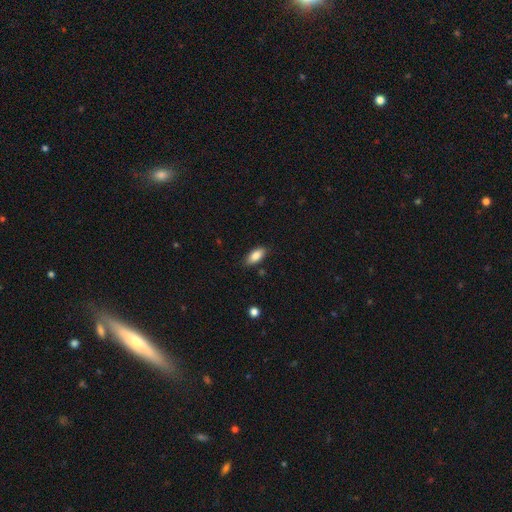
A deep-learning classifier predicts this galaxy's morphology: A smooth galaxy with no disk features (86%) that is in between round and cigar-shaped (88%).

Vote fractions:
- Smooth or featured? smooth: 86% / featured or disk: 7% / star or artifact: 7%
- How rounded? in between: 88% / cigar-shaped: 10% / round: 2%
- Merging? none: 85% / minor disturbance: 11% / major disturbance: 2% / merger: 1%